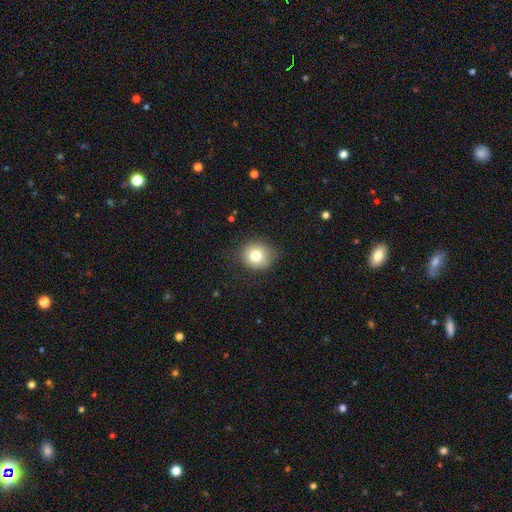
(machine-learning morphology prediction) Smooth or featured? smooth (77%)
How rounded? round (83%)
Merging? none (80%)